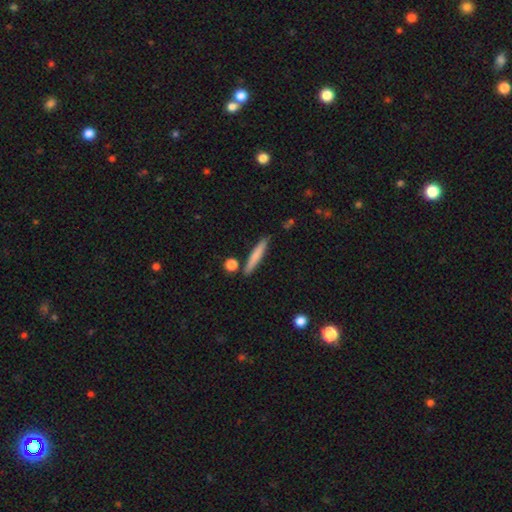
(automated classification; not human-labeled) Smooth or featured?
  - smooth: 73% *
  - featured or disk: 21%
  - star or artifact: 6%
How rounded?
  - cigar-shaped: 92% *
  - in between: 6%
  - round: 2%
Merging?
  - none: 83% *
  - minor disturbance: 10%
  - merger: 5%
  - major disturbance: 2%